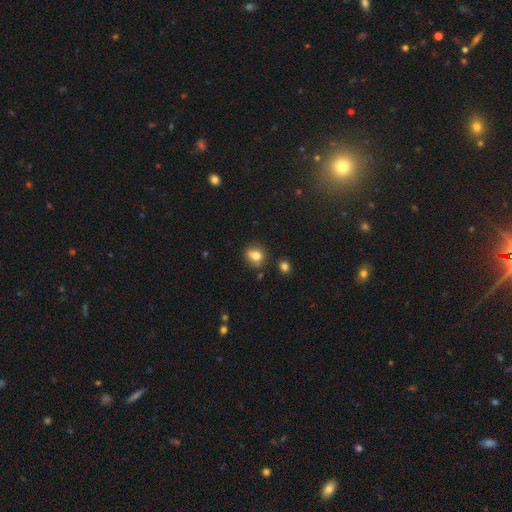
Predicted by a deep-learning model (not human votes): This is likely a smooth galaxy (77%). How rounded: possibly round (58%). Merging: likely none (70%).